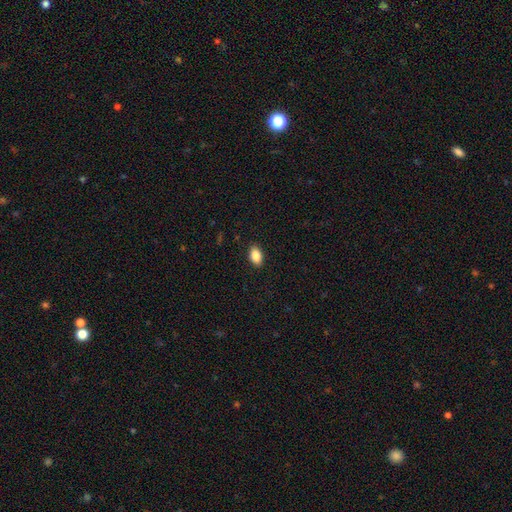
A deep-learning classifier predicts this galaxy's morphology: Smooth or featured? Predicted: smooth (p=0.87). How rounded? Predicted: in between (p=0.90). Merging? Predicted: none (p=0.89).